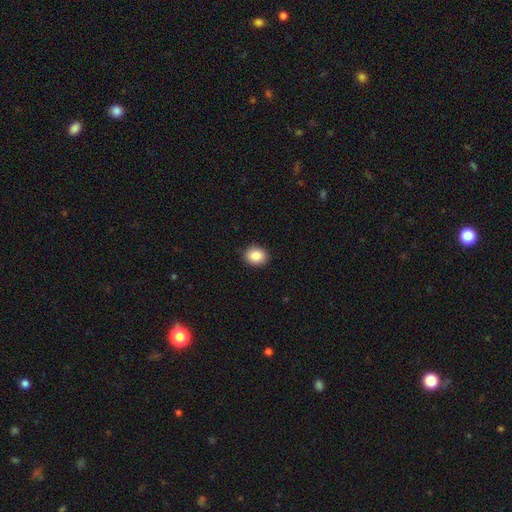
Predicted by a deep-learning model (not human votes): This is clearly a smooth galaxy (88%). How rounded: possibly round (56%). Merging: clearly none (90%).